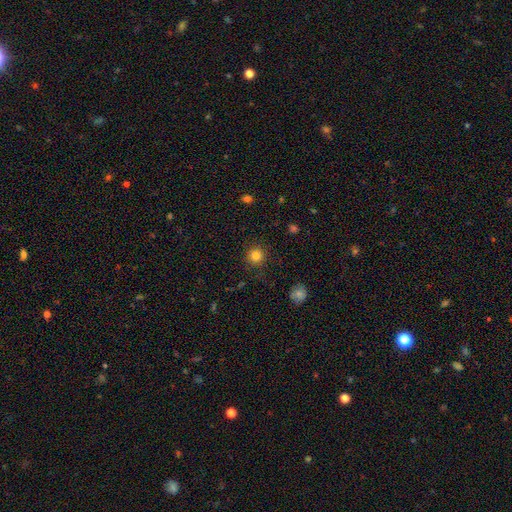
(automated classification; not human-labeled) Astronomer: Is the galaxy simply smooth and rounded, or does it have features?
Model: smooth — 82%.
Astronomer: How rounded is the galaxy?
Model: round — 94%.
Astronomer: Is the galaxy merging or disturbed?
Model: none — 89%.